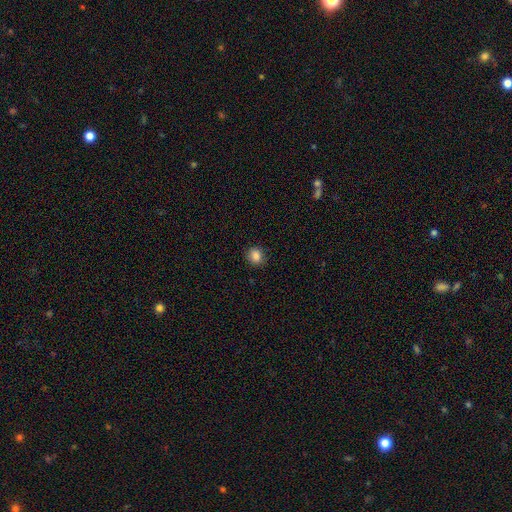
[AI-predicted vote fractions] Smooth or featured?
  - smooth: 85% *
  - star or artifact: 11%
  - featured or disk: 4%
How rounded?
  - round: 71% *
  - in between: 28%
  - cigar-shaped: 1%
Merging?
  - none: 86% *
  - minor disturbance: 10%
  - major disturbance: 3%
  - merger: 1%